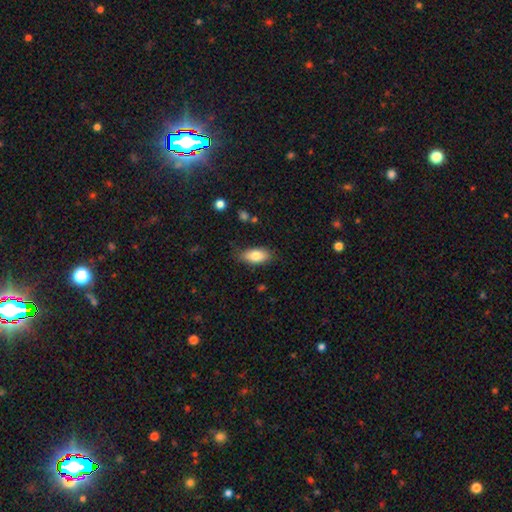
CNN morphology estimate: Smooth or featured: smooth — 80% (featured or disk — 13%)
How rounded: in between — 88% (cigar-shaped — 9%)
Merging: none — 82% (minor disturbance — 14%)